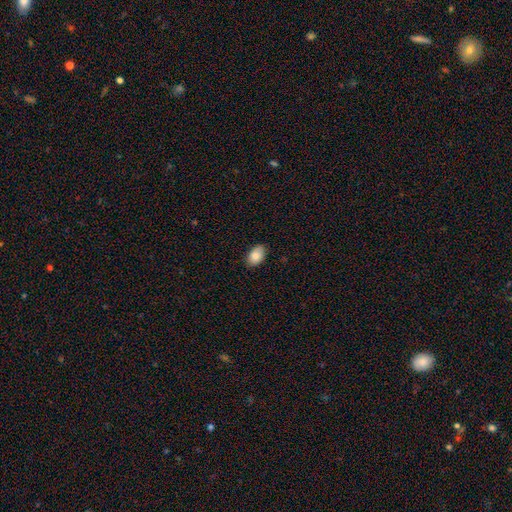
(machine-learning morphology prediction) type=smooth (85%); roundness=in between (90%); merging=none (84%).